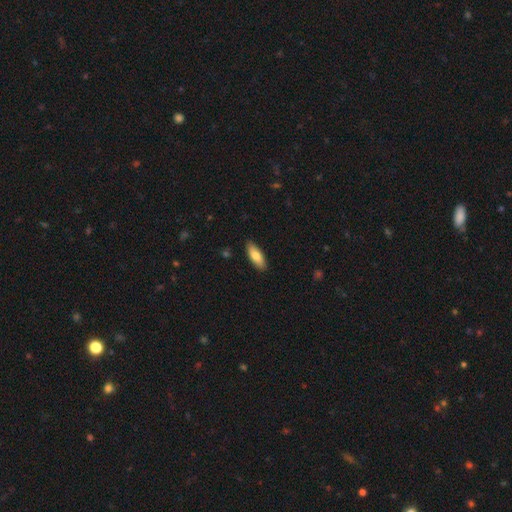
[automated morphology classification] Q: Smooth or featured?
A: smooth (79%); runner-up: featured or disk (15%)
Q: How rounded?
A: in between (68%); runner-up: cigar-shaped (30%)
Q: Merging?
A: none (88%); runner-up: minor disturbance (10%)